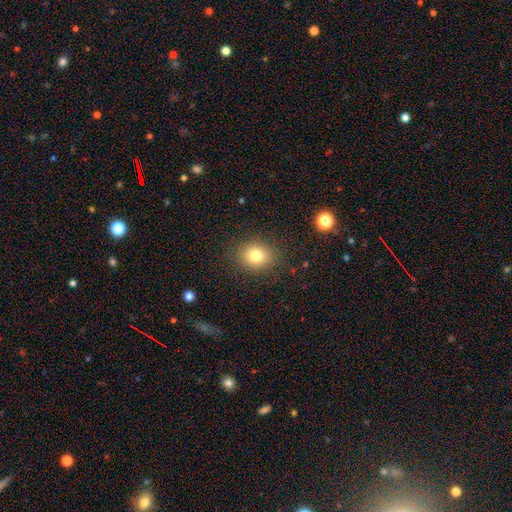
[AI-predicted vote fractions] A smooth galaxy with no disk features (78%) that is round (60%). Merging: none (87%).